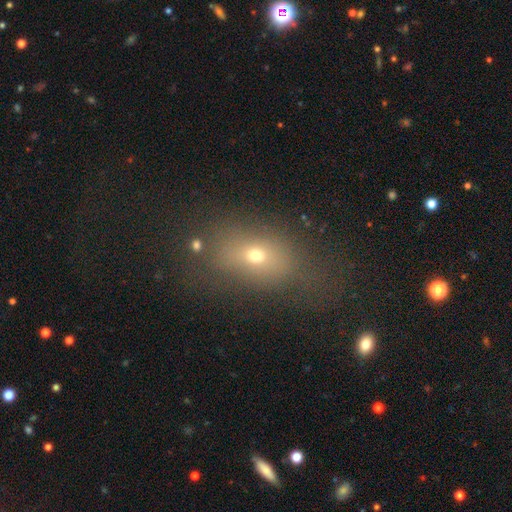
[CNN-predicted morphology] This appears to be a smooth galaxy with no disk features (60%) that is in between round and cigar-shaped (68%). Merging: none (64%).